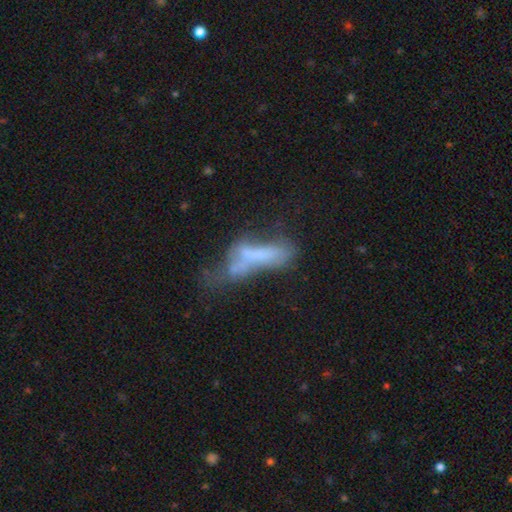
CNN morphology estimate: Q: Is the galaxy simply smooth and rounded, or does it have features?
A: featured or disk — 44%.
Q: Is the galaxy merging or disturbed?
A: major disturbance — 34%.